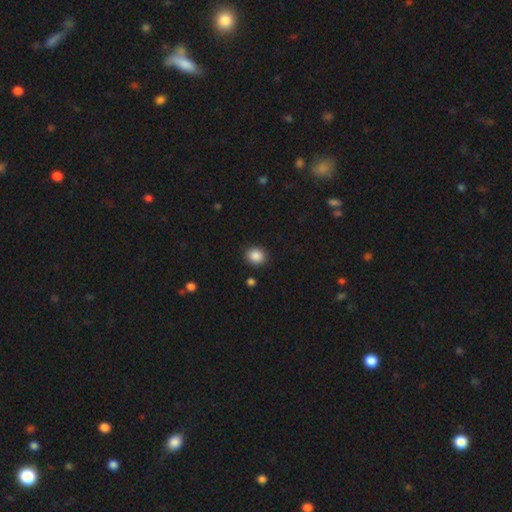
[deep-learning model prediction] This is clearly a smooth galaxy (88%). How rounded: likely round (77%). Merging: clearly none (89%).